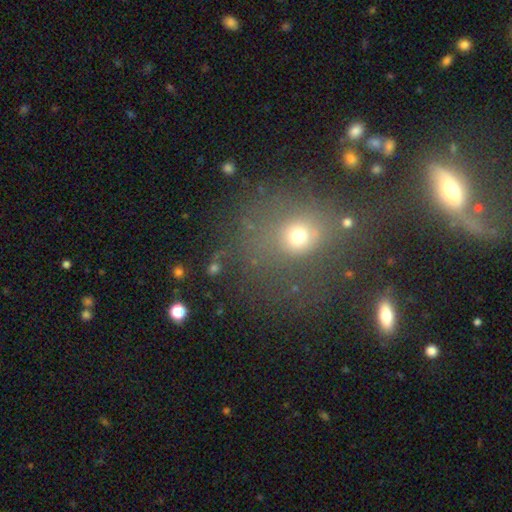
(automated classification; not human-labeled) This is possibly a smooth galaxy (52%). How rounded: likely round (73%). Merging: possibly none (57%).